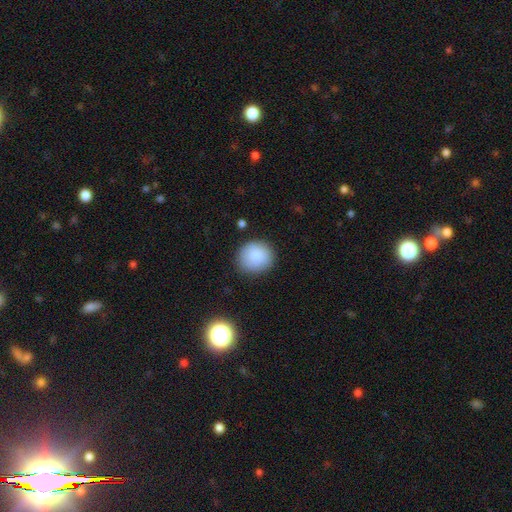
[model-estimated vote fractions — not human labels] Q: Smooth or featured?
A: smooth (86%); runner-up: star or artifact (8%)
Q: How rounded?
A: round (89%); runner-up: in between (10%)
Q: Merging?
A: none (85%); runner-up: minor disturbance (10%)